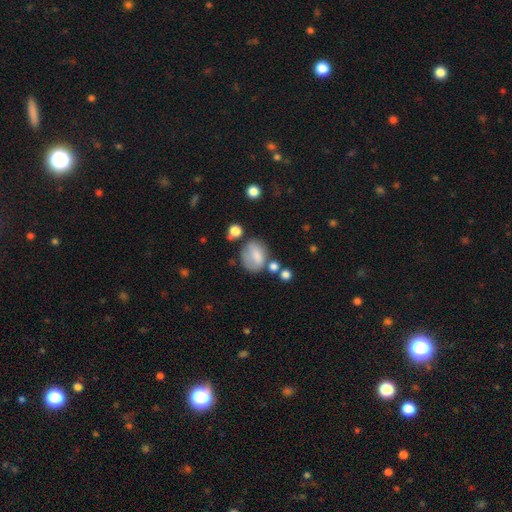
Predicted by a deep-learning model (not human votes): Q: Smooth or featured?
A: smooth (73%); runner-up: featured or disk (18%)
Q: How rounded?
A: in between (59%); runner-up: round (40%)
Q: Merging?
A: none (50%); runner-up: minor disturbance (26%)